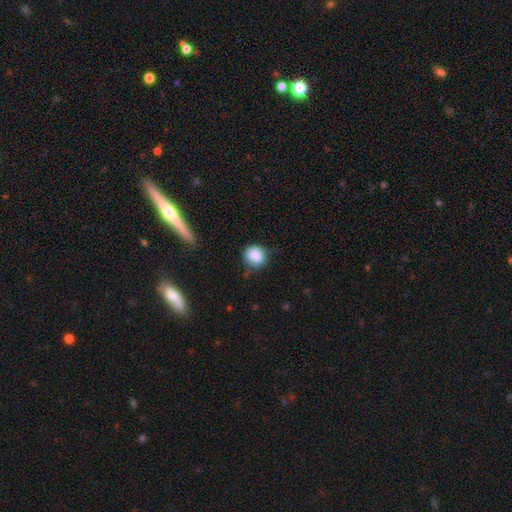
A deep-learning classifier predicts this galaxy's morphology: Smooth or featured?
  - smooth: 87% *
  - star or artifact: 9%
  - featured or disk: 4%
How rounded?
  - round: 83% *
  - in between: 16%
  - cigar-shaped: 1%
Merging?
  - none: 71% *
  - minor disturbance: 21%
  - major disturbance: 5%
  - merger: 3%